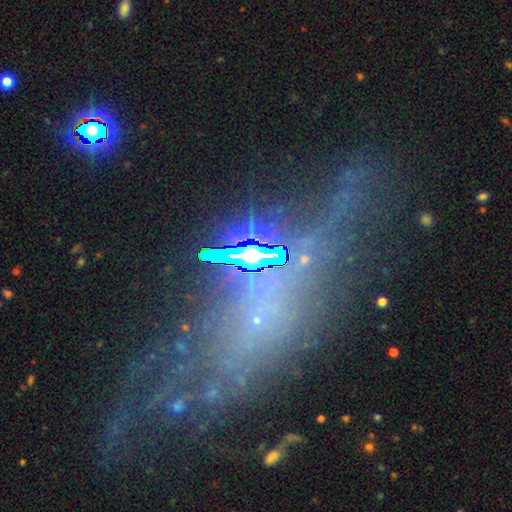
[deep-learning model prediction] Smooth or featured?
  - star or artifact: 78% *
  - featured or disk: 12%
  - smooth: 10%